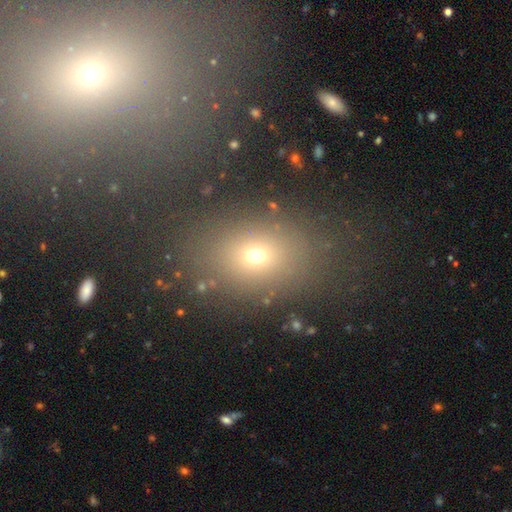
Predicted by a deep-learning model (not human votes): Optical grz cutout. It shows a smooth galaxy with no disk features (63%) that is in between round and cigar-shaped (63%). Merging: none (73%).